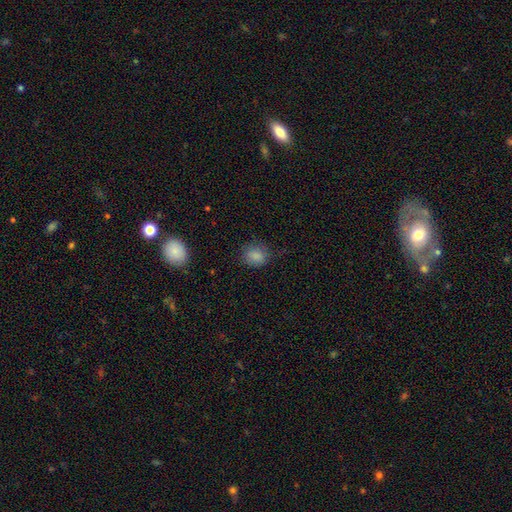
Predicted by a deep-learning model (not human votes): A smooth galaxy with no disk features (84%) that is round (56%). Merging: none (76%).